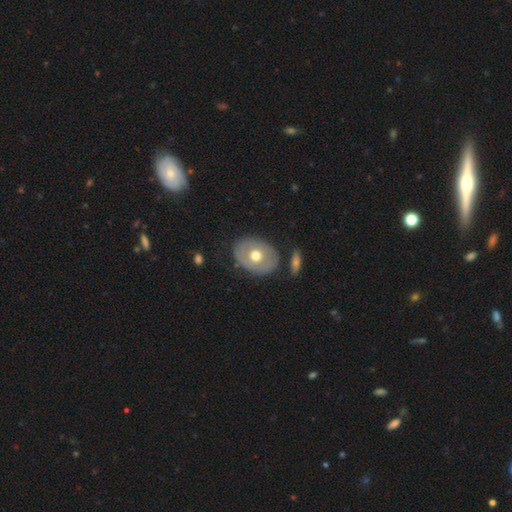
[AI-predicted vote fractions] Overall: smooth (50%; featured or disk 44%). How rounded: in between (62%; round 37%). Merging: none (79%).